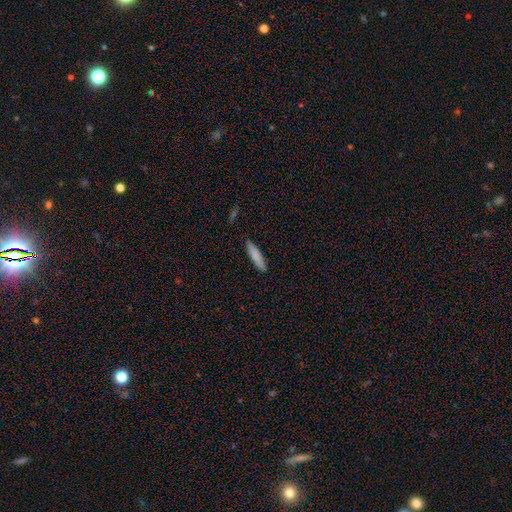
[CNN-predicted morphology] A smooth galaxy with no disk features (82%) that is cigar-shaped (78%). Merging: none (88%).